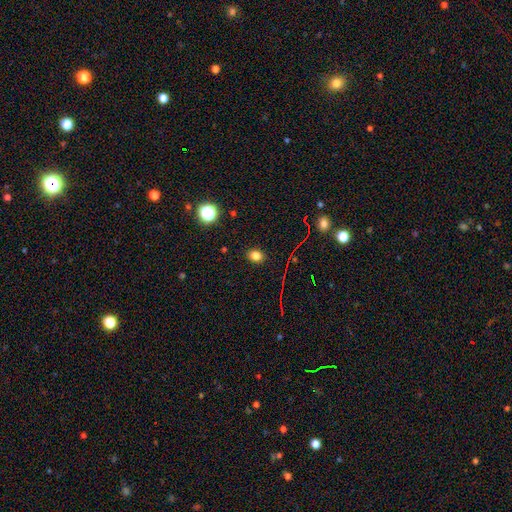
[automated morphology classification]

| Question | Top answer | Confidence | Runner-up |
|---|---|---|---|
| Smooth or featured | smooth | 79% | star or artifact (16%) |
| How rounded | in between | 55% | round (44%) |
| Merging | none | 89% | minor disturbance (8%) |